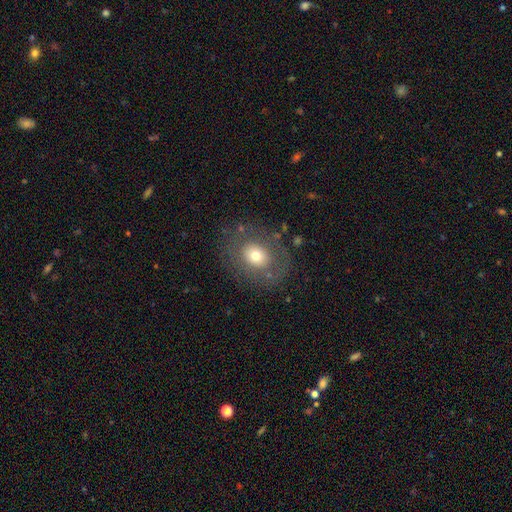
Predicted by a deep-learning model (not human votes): smooth-or-featured: smooth: 63% | featured or disk: 26% | star or artifact: 11%
  how-rounded: round: 53% | in between: 46% | cigar-shaped: 1%
  merging: none: 77% | minor disturbance: 13% | major disturbance: 8% | merger: 2%